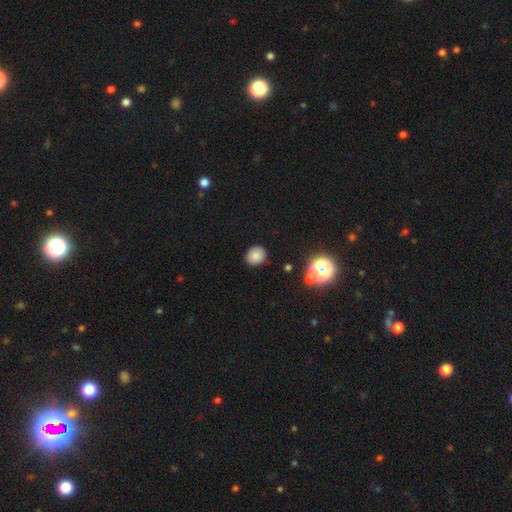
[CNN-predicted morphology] The model was most divided on "how rounded": round: 72%, in between: 27%, cigar-shaped: 1%. More confident: merging — none (88%); smooth or featured — smooth (82%).